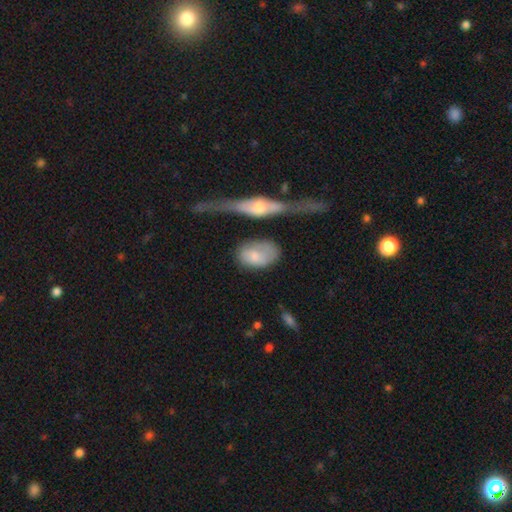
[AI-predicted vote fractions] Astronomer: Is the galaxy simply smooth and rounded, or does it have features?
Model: smooth — 65%.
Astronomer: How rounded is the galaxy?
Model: in between — 83%.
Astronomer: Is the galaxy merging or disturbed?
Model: none — 46% (runner-up: minor disturbance, 27%).